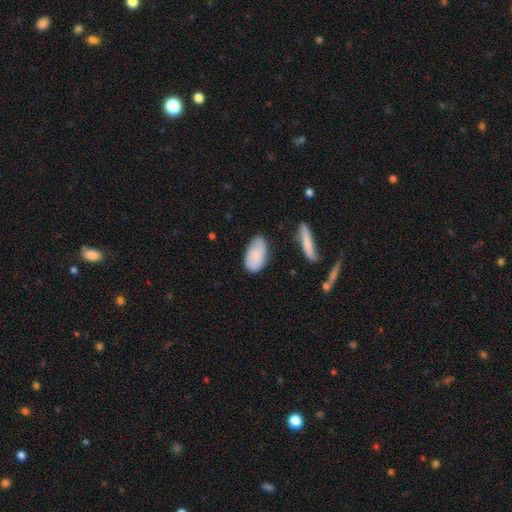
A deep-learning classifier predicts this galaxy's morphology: A smooth galaxy with no disk features (84%) that is in between round and cigar-shaped (94%). Merging: none (74%).